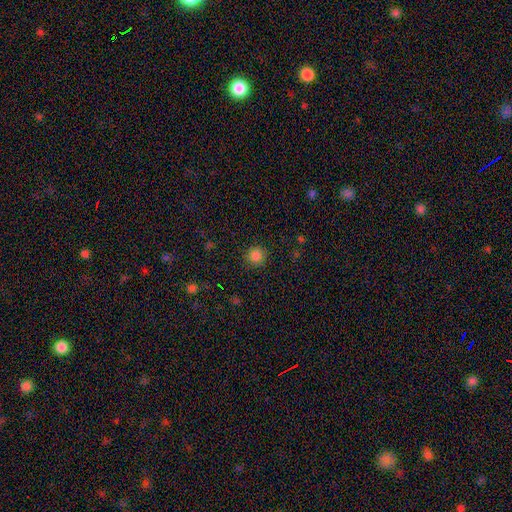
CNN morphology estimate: The model was most divided on "smooth or featured": smooth: 84%, star or artifact: 12%, featured or disk: 4%. More confident: how rounded — round (94%); merging — none (91%).